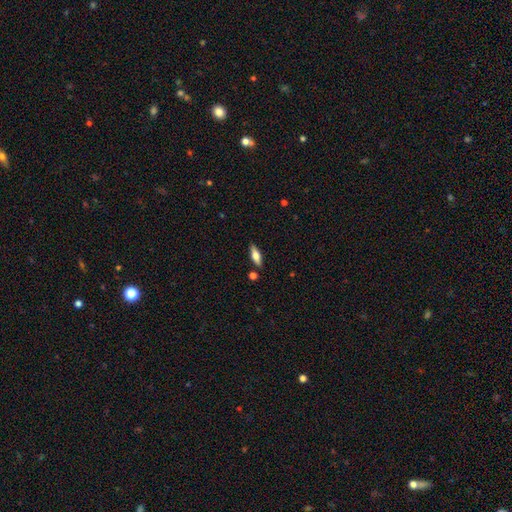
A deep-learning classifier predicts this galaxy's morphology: smooth 62%, featured or disk 32%, star or artifact 6%. Down the decision tree: how rounded — in between (57%); merging — none (85%).